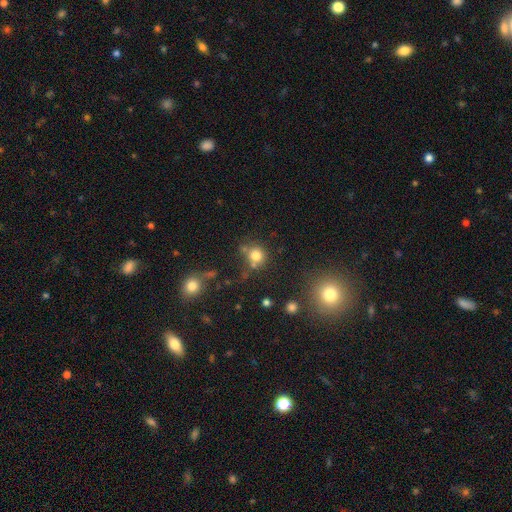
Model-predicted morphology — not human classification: smooth 78%, star or artifact 15%, featured or disk 8%. Down the decision tree: how rounded — round (87%); merging — none (63%).